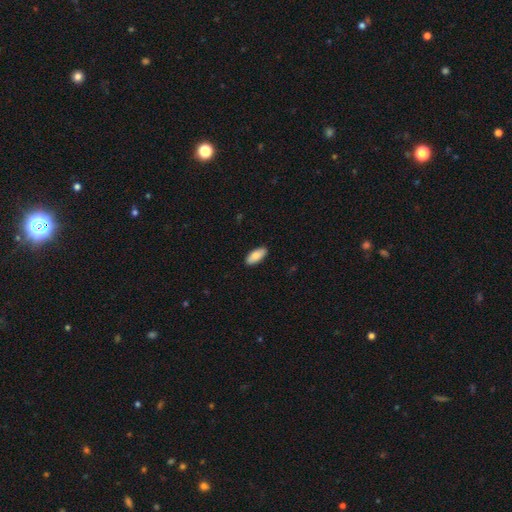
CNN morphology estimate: smooth 83%, featured or disk 11%, star or artifact 6%. Down the decision tree: how rounded — in between (86%); merging — none (90%).